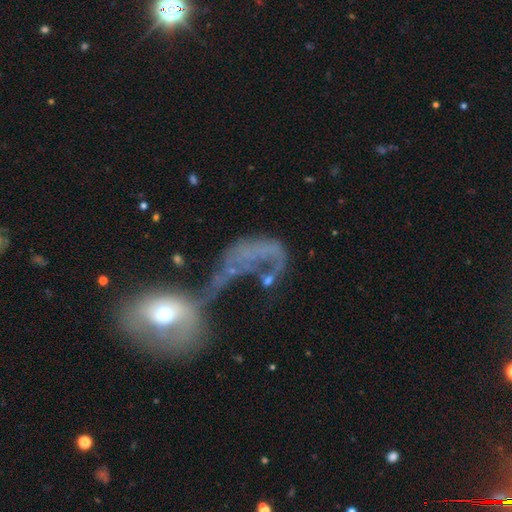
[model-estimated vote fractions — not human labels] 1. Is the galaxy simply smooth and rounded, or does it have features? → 49% featured or disk, 33% smooth, 18% star or artifact.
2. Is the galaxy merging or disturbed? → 42% major disturbance, 37% merger, 12% none, 9% minor disturbance.